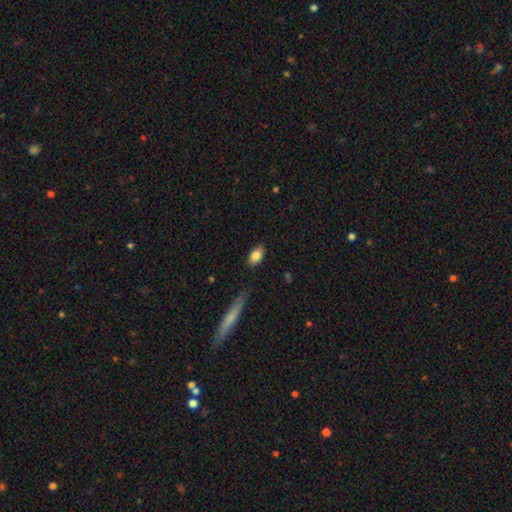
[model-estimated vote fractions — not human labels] Overall: smooth (84%). How rounded: in between (89%). Merging: none (84%).